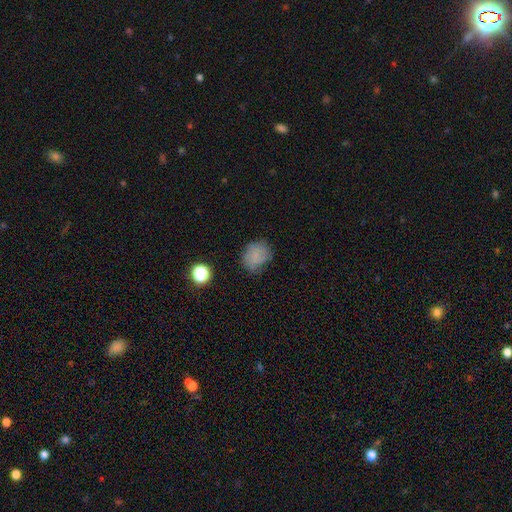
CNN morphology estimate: A smooth galaxy with no disk features (72%) that is round (65%).

Vote fractions:
- Smooth or featured? smooth: 72% / featured or disk: 15% / star or artifact: 14%
- How rounded? round: 65% / in between: 34% / cigar-shaped: 1%
- Merging? none: 64% / minor disturbance: 25% / major disturbance: 9% / merger: 2%